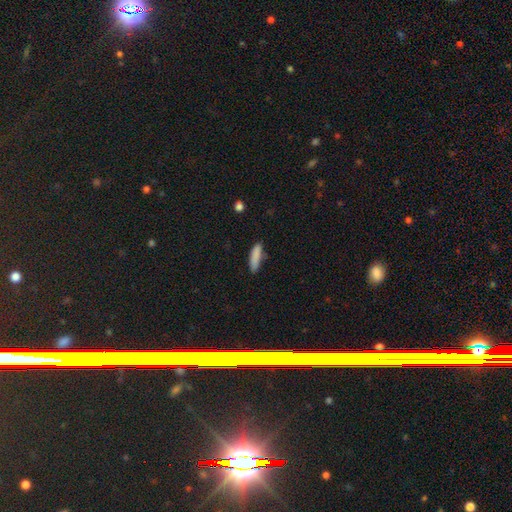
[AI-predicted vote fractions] smooth 86%, star or artifact 7%, featured or disk 6%. Down the decision tree: how rounded — cigar-shaped (66%); merging — none (75%).